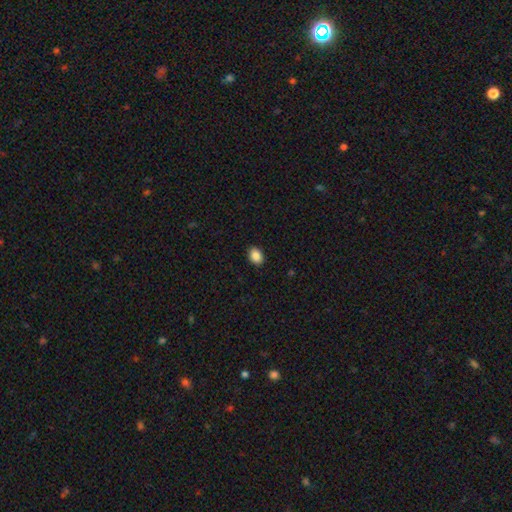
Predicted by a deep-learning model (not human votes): This is clearly a smooth galaxy (88%). How rounded: likely in between (71%). Merging: clearly none (91%).